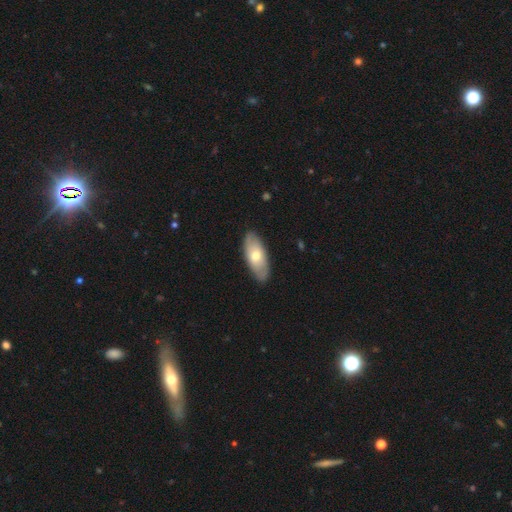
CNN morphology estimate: The model was most divided on "smooth or featured": smooth: 62%, featured or disk: 33%, star or artifact: 5%. More confident: merging — none (86%); how rounded — in between (84%).